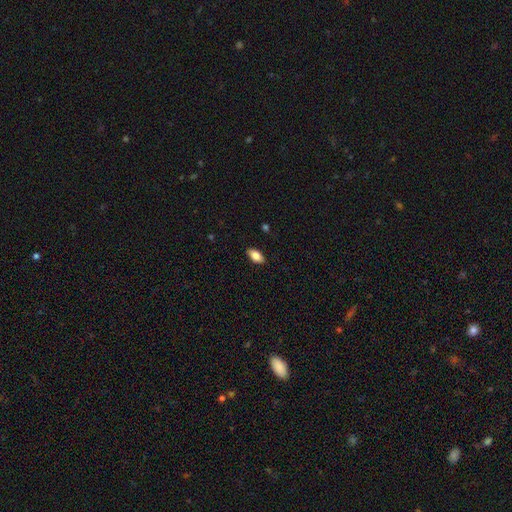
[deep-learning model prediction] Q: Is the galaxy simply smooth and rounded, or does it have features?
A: smooth — 84%.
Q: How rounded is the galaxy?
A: in between — 92%.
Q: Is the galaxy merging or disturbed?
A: none — 88%.